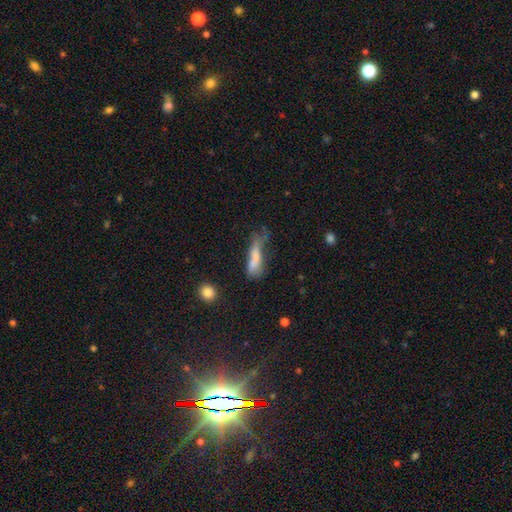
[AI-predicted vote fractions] Smooth or featured? smooth (54%)
How rounded? cigar-shaped (70%)
Merging? none (33%)